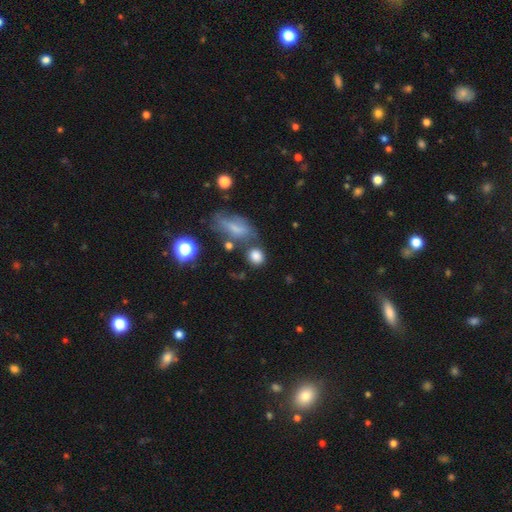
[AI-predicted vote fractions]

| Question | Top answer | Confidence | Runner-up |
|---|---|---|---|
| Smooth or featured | smooth | 80% | star or artifact (12%) |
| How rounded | round | 60% | in between (37%) |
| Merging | none | 62% | minor disturbance (16%) |